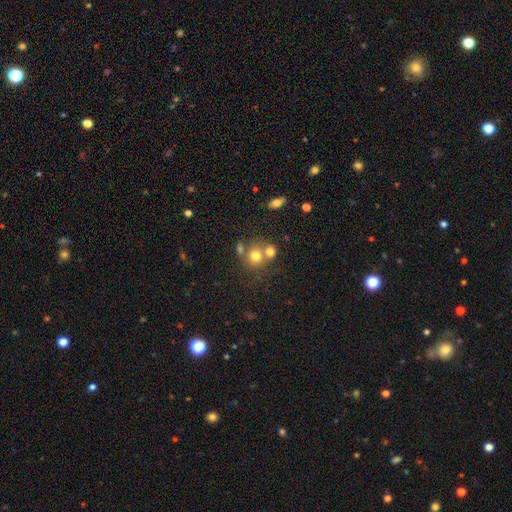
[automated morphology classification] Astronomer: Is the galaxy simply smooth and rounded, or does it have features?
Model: smooth — 73%.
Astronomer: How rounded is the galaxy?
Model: round — 80%.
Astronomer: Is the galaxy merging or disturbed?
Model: none — 46% (runner-up: merger, 41%).